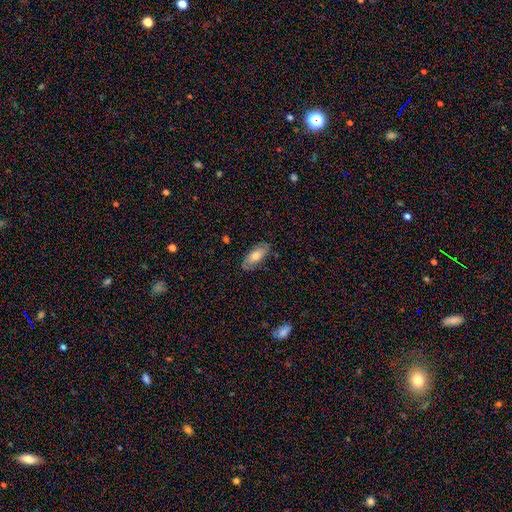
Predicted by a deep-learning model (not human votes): Smooth or featured? smooth (58%)
How rounded? in between (86%)
Merging? none (82%)